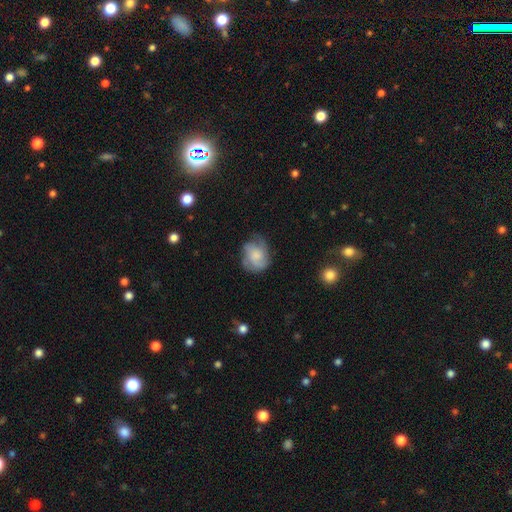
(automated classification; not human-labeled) Q: Smooth or featured?
A: featured or disk (46%); tied with: smooth (46%)
Q: Merging?
A: none (58%); runner-up: minor disturbance (27%)